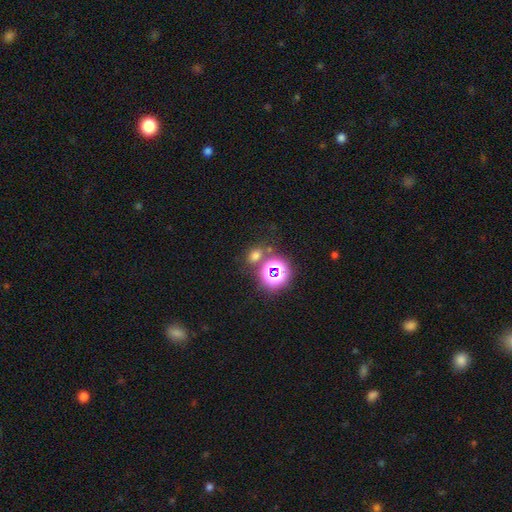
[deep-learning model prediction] Morphology: type=smooth (59%); roundness=round (49%, tied with in between); merging=none (70%).